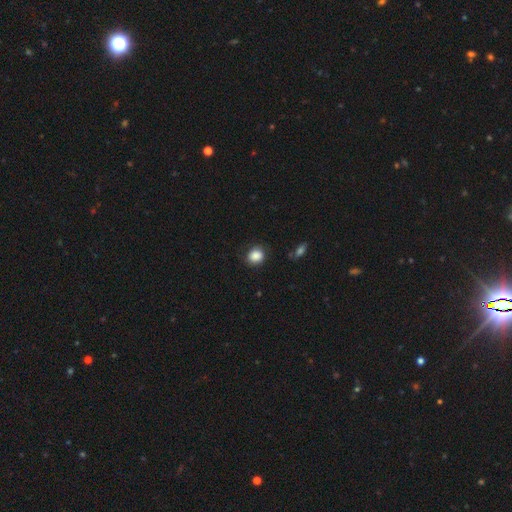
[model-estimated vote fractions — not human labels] A smooth galaxy with no disk features (87%) that is round (74%).

Vote fractions:
- Smooth or featured? smooth: 87% / star or artifact: 9% / featured or disk: 4%
- How rounded? round: 74% / in between: 25% / cigar-shaped: 1%
- Merging? none: 82% / minor disturbance: 13% / major disturbance: 4% / merger: 1%